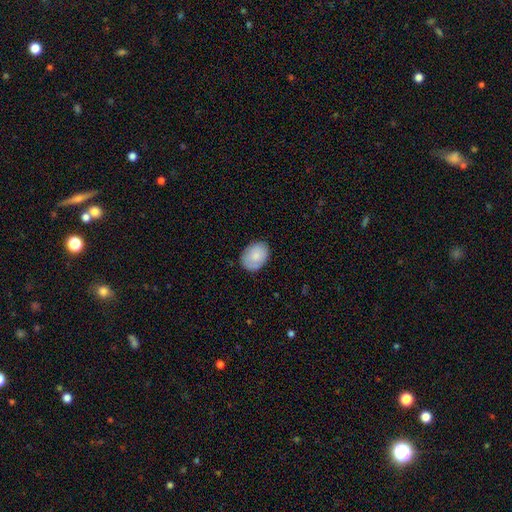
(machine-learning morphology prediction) Q: Smooth or featured?
A: smooth (81%); runner-up: featured or disk (12%)
Q: How rounded?
A: in between (69%); runner-up: round (30%)
Q: Merging?
A: none (81%); runner-up: minor disturbance (15%)